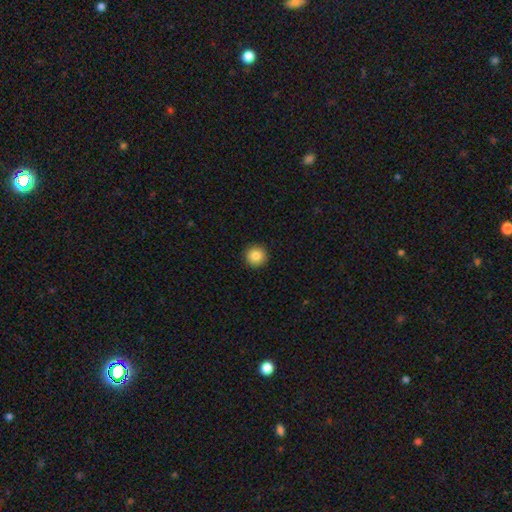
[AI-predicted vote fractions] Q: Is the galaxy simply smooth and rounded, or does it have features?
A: smooth — 85%.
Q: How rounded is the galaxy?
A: round — 96%.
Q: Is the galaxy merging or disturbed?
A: none — 93%.